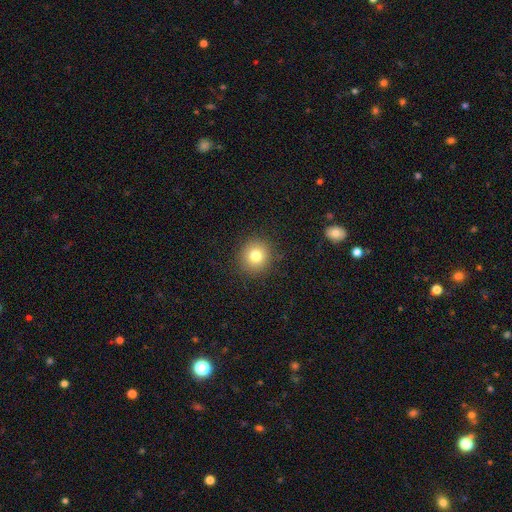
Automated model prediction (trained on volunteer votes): Q: Smooth or featured?
A: smooth (78%); runner-up: star or artifact (13%)
Q: How rounded?
A: round (92%); runner-up: in between (7%)
Q: Merging?
A: none (90%); runner-up: minor disturbance (6%)